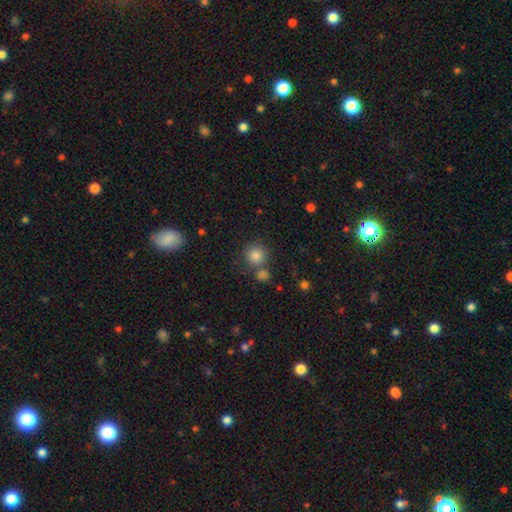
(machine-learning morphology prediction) A smooth galaxy with no disk features (83%) that is round (91%). Merging: none (68%).